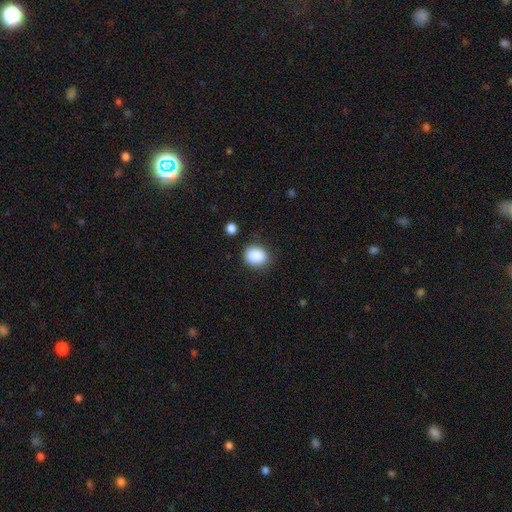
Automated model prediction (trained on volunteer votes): Smooth or featured: smooth — 88% (star or artifact — 8%)
How rounded: round — 54% (in between — 45%)
Merging: none — 80% (minor disturbance — 13%)